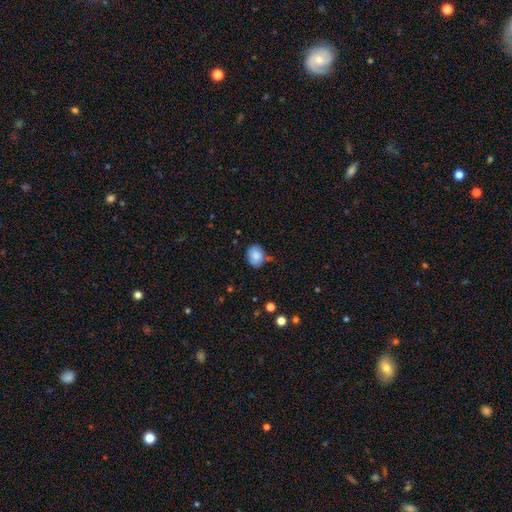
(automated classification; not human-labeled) Smooth or featured: smooth — 83% (featured or disk — 9%)
How rounded: round — 51% (in between — 48%)
Merging: none — 70% (minor disturbance — 22%)